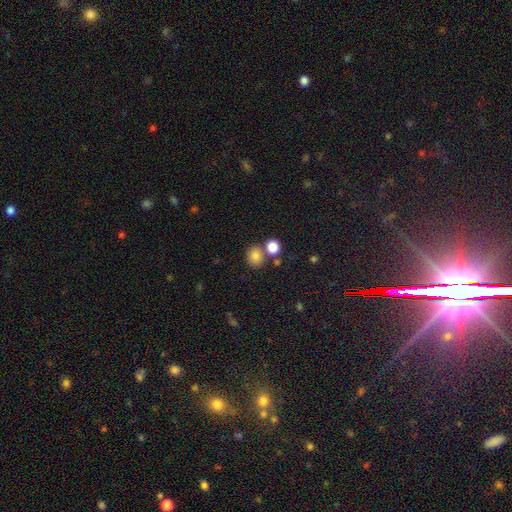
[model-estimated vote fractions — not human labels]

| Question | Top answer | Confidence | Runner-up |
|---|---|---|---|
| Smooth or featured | smooth | 82% | star or artifact (12%) |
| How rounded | round | 66% | in between (33%) |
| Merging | none | 67% | merger (21%) |